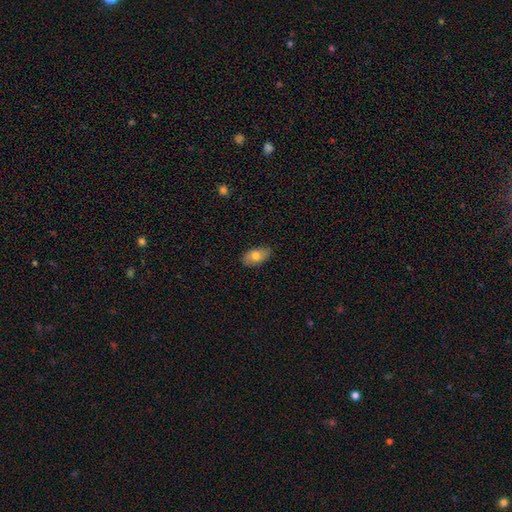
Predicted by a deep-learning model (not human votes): Smooth or featured?
  - smooth: 76% *
  - featured or disk: 17%
  - star or artifact: 7%
How rounded?
  - in between: 93% *
  - round: 5%
  - cigar-shaped: 2%
Merging?
  - none: 84% *
  - minor disturbance: 13%
  - major disturbance: 2%
  - merger: 1%